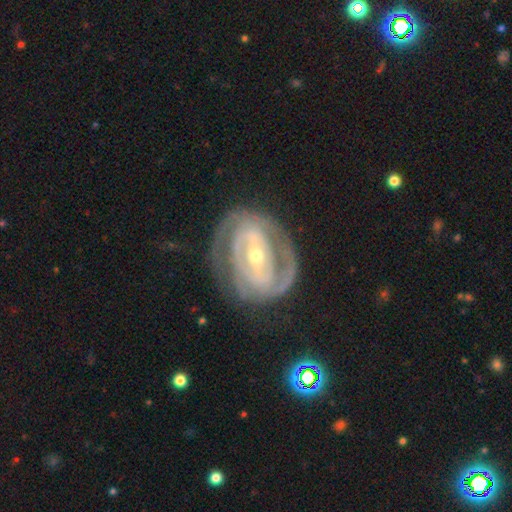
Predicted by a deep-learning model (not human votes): Morphology: type=featured or disk (87%); edge-on=no (96%); bar=strong (46%); spiral arms=yes (90%); winding=tight (63%); arm count=2 (62%); bulge=small (53%); merging=none (72%).